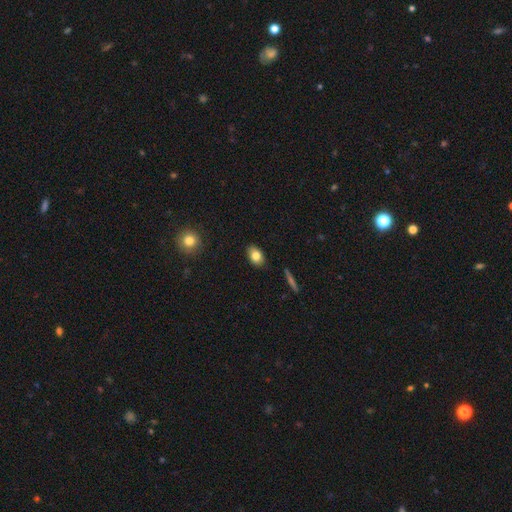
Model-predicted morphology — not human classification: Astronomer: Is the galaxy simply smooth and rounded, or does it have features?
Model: smooth — 80%.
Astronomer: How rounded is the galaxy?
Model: in between — 82%.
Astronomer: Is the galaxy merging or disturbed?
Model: none — 87%.